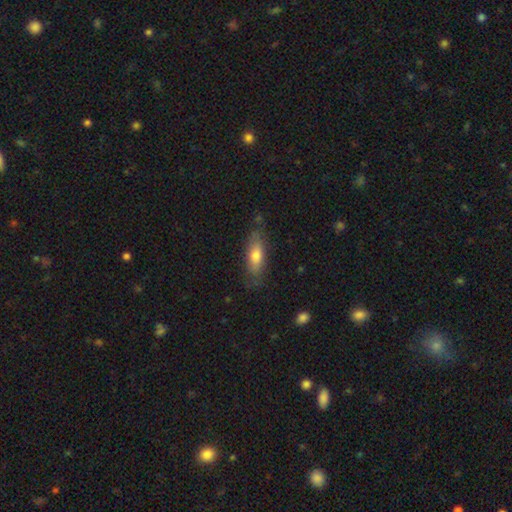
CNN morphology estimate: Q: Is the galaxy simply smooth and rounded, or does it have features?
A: smooth — 68%.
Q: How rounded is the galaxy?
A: in between — 59%.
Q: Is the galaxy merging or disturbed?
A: none — 75%.